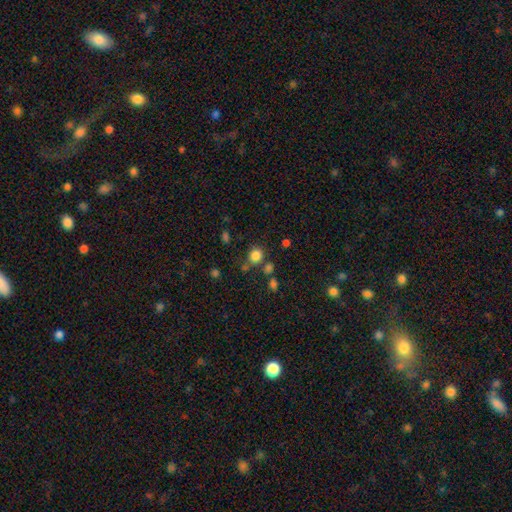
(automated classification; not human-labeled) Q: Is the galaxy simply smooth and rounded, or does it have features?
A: smooth — 81%.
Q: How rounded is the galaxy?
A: round — 82%.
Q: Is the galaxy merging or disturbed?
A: none — 72%.